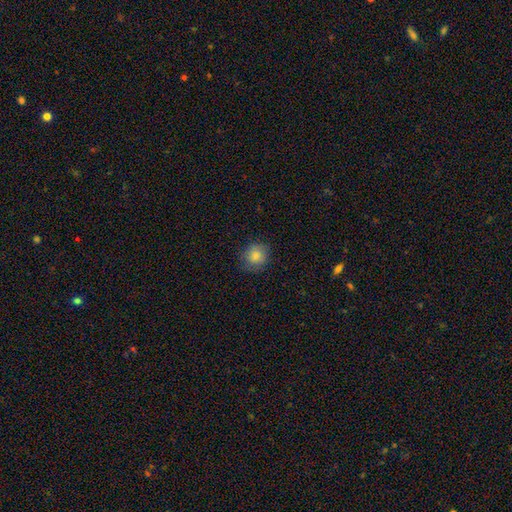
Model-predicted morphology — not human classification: Smooth or featured?
  - smooth: 83% *
  - star or artifact: 9%
  - featured or disk: 7%
How rounded?
  - round: 84% *
  - in between: 15%
  - cigar-shaped: 1%
Merging?
  - none: 81% *
  - minor disturbance: 15%
  - major disturbance: 4%
  - merger: 1%